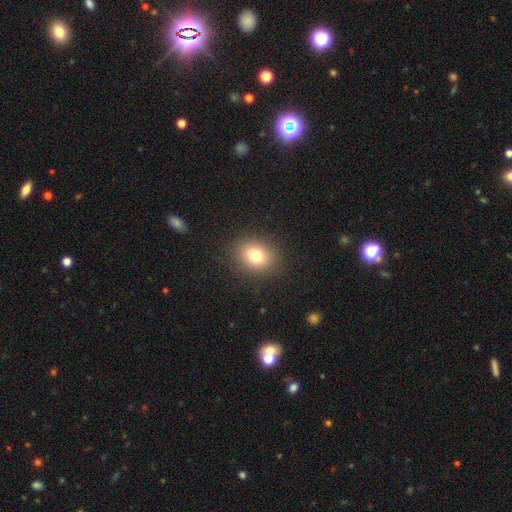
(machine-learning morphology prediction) Overall: smooth (77%). How rounded: round (58%; in between 41%). Merging: none (89%).